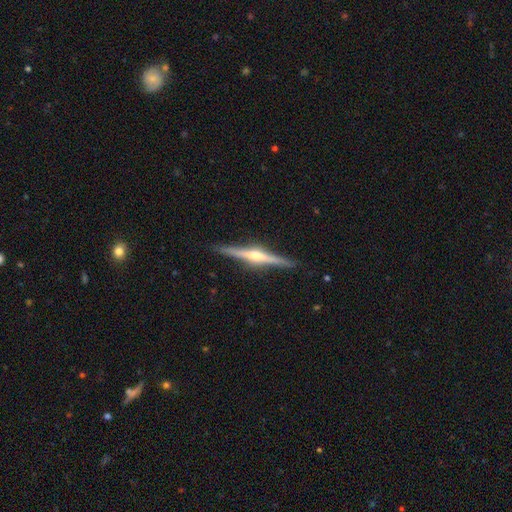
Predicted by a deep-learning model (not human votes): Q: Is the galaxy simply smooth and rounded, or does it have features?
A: featured or disk — 84%.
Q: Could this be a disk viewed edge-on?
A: yes — 99%.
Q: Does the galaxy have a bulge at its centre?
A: rounded — 90%.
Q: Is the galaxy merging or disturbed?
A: none — 91%.